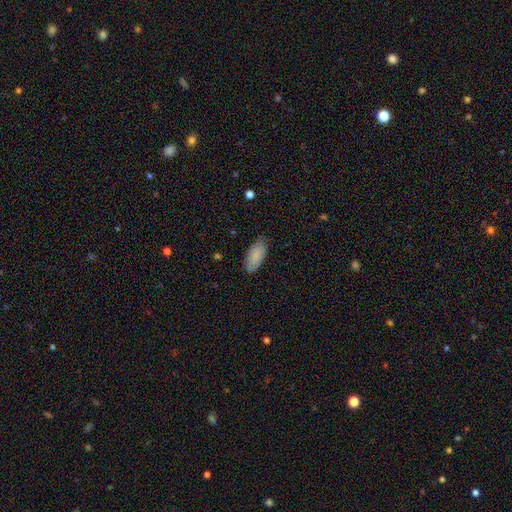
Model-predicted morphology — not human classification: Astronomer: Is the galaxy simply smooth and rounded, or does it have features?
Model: smooth — 84%.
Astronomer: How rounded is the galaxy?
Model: in between — 90%.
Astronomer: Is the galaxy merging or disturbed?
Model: none — 80%.